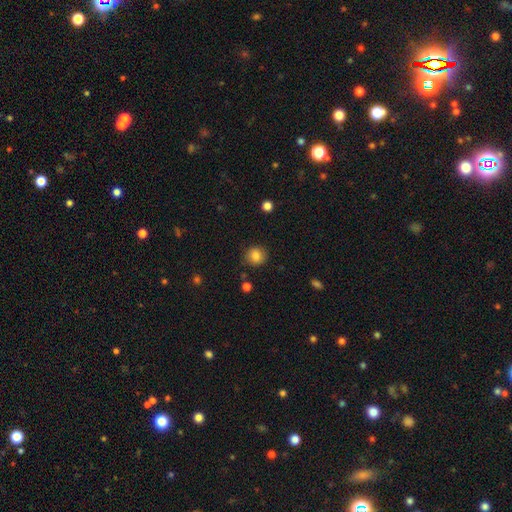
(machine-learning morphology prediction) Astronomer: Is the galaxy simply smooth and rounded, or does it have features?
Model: smooth — 84%.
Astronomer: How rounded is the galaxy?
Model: round — 84%.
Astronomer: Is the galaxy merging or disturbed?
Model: none — 85%.